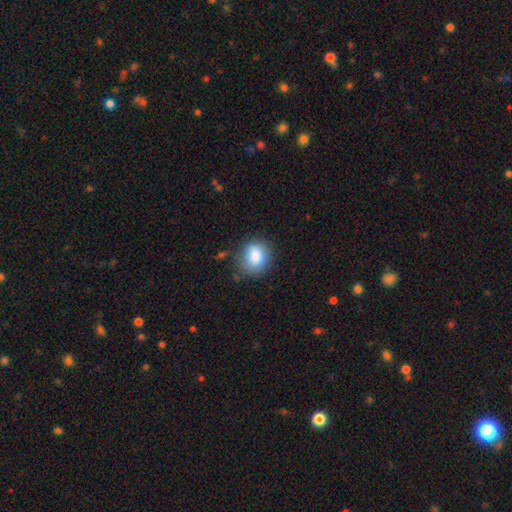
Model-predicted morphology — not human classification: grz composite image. It shows a smooth galaxy with no disk features (83%) that is round (69%). Merging: none (72%).